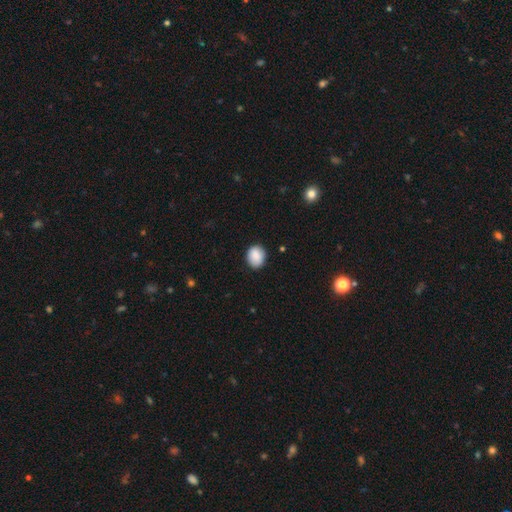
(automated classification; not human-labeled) Smooth or featured: smooth — 88% (star or artifact — 7%)
How rounded: round — 55% (in between — 44%)
Merging: none — 84% (minor disturbance — 13%)